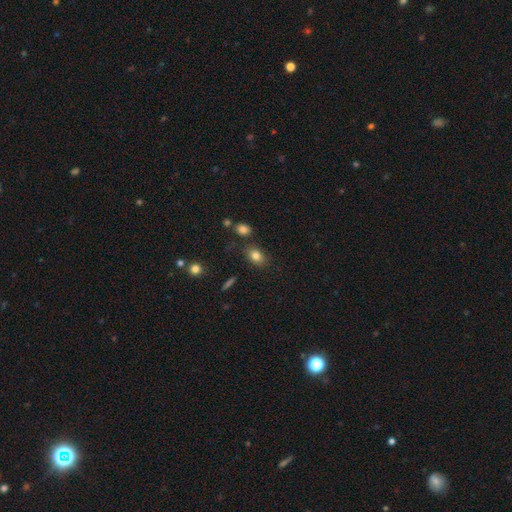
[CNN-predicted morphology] type=smooth (81%); roundness=in between (77%); merging=none (79%).